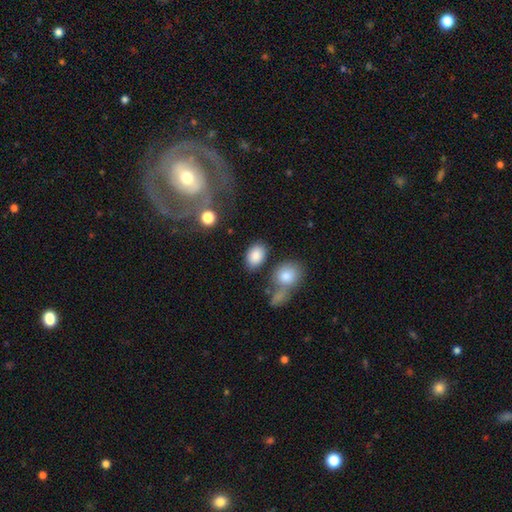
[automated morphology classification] Smooth or featured: smooth — 86% (star or artifact — 8%)
How rounded: in between — 83% (round — 16%)
Merging: none — 73% (minor disturbance — 13%)